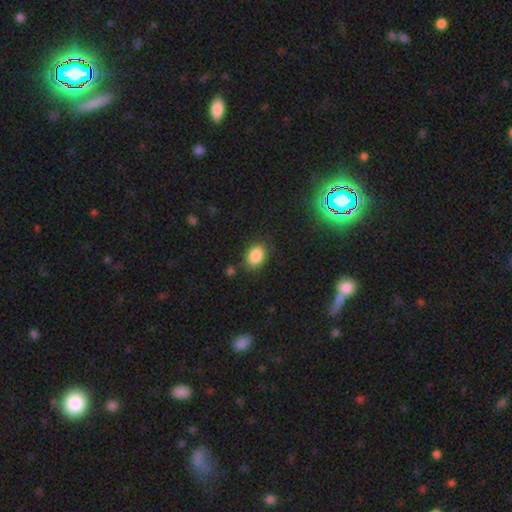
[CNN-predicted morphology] This appears to be a smooth galaxy with no disk features (87%) that is in between round and cigar-shaped (74%). Merging: none (81%).